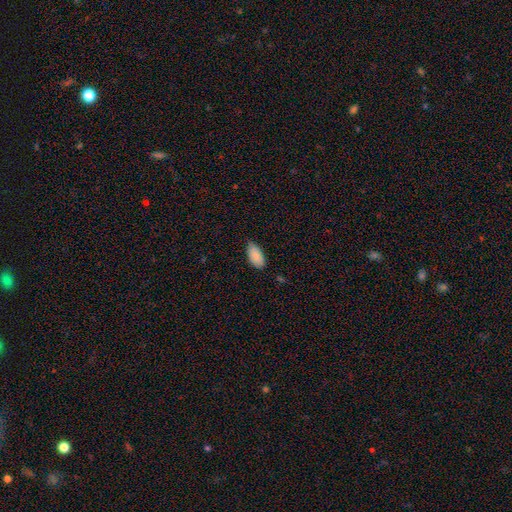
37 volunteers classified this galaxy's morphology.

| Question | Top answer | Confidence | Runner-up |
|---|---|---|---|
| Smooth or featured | smooth | 92% | featured or disk (5%) |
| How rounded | in between | 97% | cigar-shaped (3%) |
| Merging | none | 69% | minor disturbance (28%) |